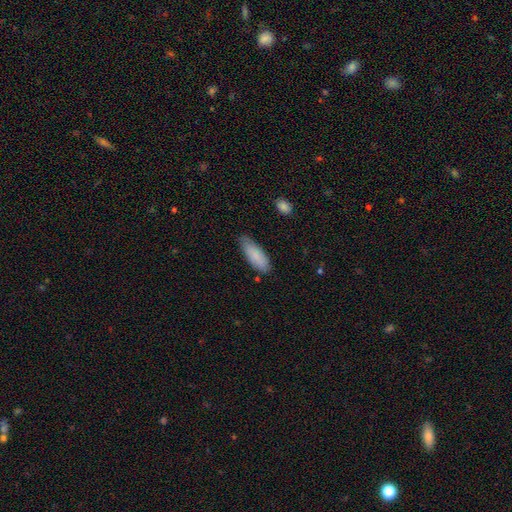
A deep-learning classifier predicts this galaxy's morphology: Smooth or featured? smooth (85%)
How rounded? in between (70%)
Merging? none (70%)